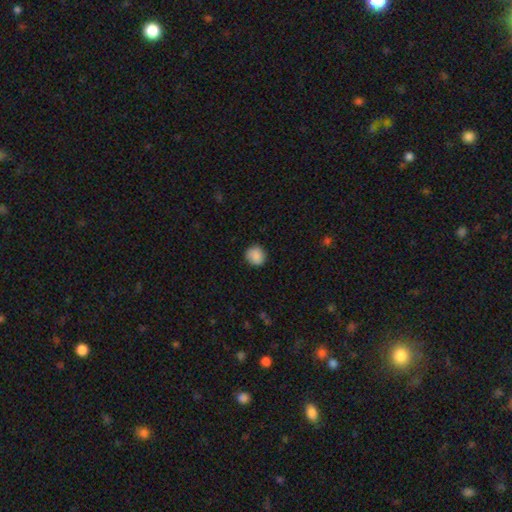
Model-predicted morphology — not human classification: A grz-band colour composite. It shows a smooth galaxy with no disk features (88%) that is round (84%). Merging: none (86%).